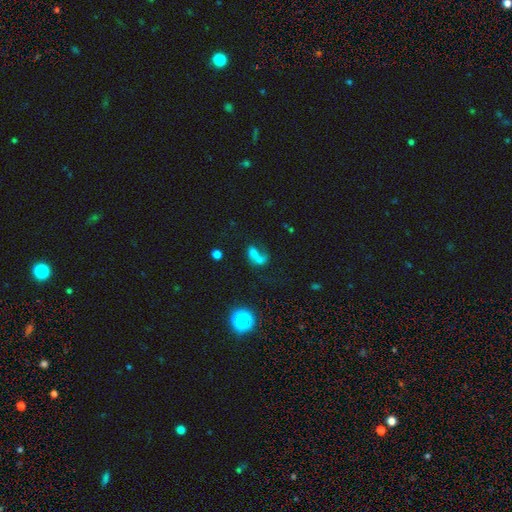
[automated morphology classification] Q: Smooth or featured?
A: smooth (56%); runner-up: star or artifact (23%)
Q: How rounded?
A: in between (68%); runner-up: round (24%)
Q: Merging?
A: merger (51%); runner-up: none (24%)